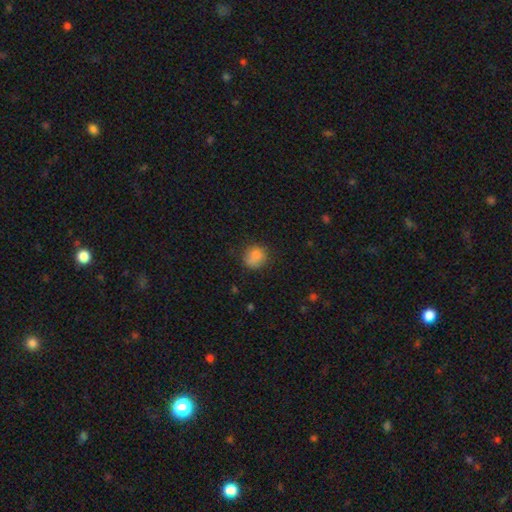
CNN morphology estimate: This appears to be a smooth galaxy with no disk features (82%) that is round (78%). Merging: none (70%).